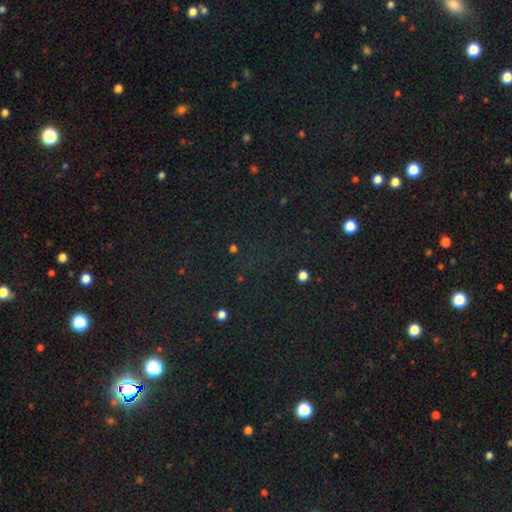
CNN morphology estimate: Smooth or featured?
  - star or artifact: 74% *
  - smooth: 18%
  - featured or disk: 8%